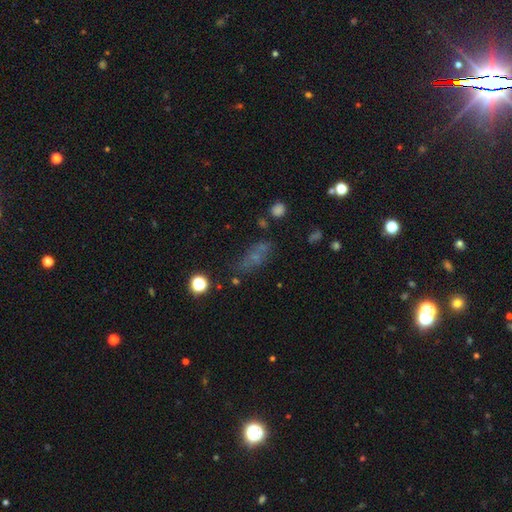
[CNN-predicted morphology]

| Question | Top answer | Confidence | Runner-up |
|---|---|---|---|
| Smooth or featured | smooth | 51% | star or artifact (25%) |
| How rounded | in between | 65% | cigar-shaped (22%) |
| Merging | none | 55% | minor disturbance (22%) |